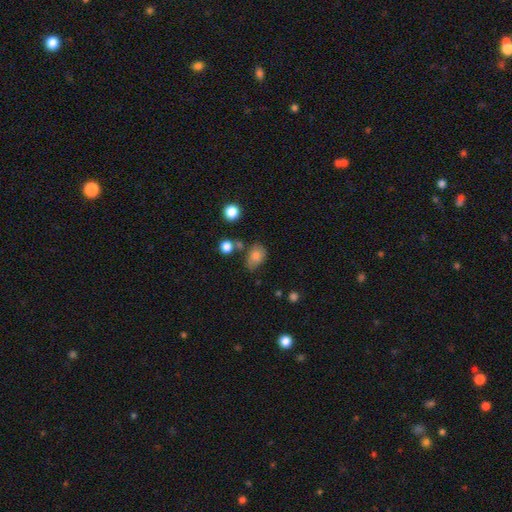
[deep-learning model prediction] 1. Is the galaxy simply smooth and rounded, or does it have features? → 78% smooth, 12% featured or disk, 11% star or artifact.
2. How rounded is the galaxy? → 73% in between, 26% round, 1% cigar-shaped.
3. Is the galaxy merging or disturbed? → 51% none, 31% minor disturbance, 10% major disturbance, 8% merger.